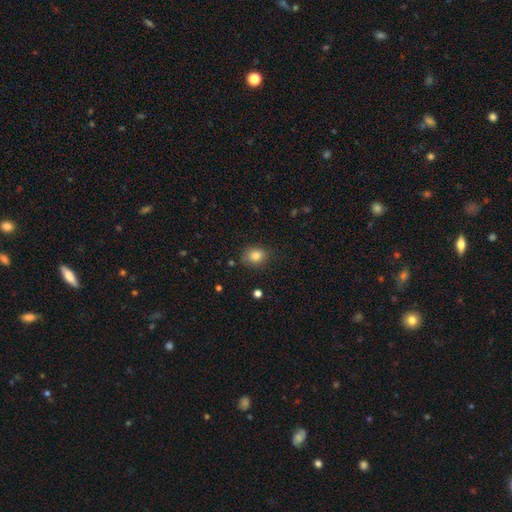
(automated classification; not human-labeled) Smooth or featured? smooth (82%)
How rounded? round (56%)
Merging? none (76%)